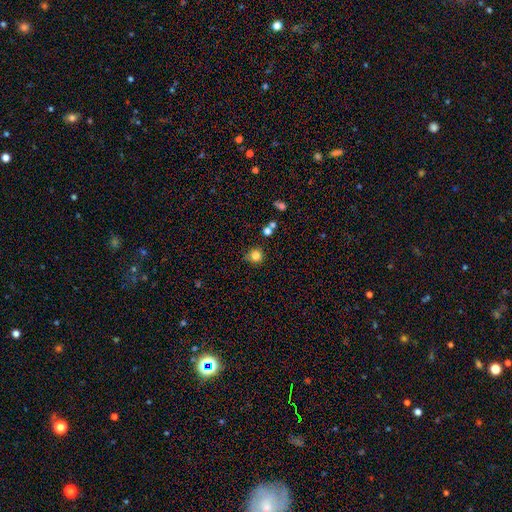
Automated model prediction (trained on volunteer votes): smooth-or-featured: smooth: 82% | star or artifact: 12% | featured or disk: 5%
  how-rounded: round: 91% | in between: 8% | cigar-shaped: 1%
  merging: none: 79% | minor disturbance: 13% | merger: 5% | major disturbance: 3%